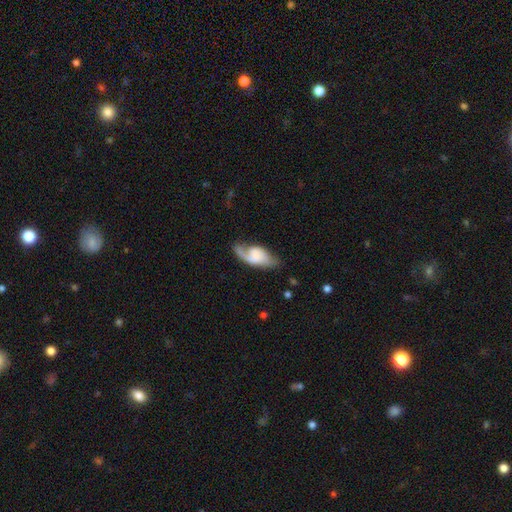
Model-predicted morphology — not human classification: Smooth or featured: featured or disk — 58% (smooth — 35%)
Edge-on disk: no — 93% (yes — 7%)
Bar: no — 65% (weak — 28%)
Spiral arms: yes — 86% (no — 14%)
Bulge size: none — 40% (small — 19%)
Merging: none — 44% (minor disturbance — 27%)